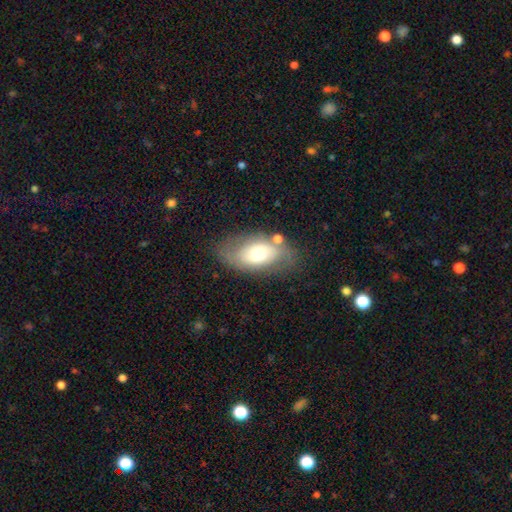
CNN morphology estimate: Smooth or featured? smooth (47%)
Merging? none (71%)